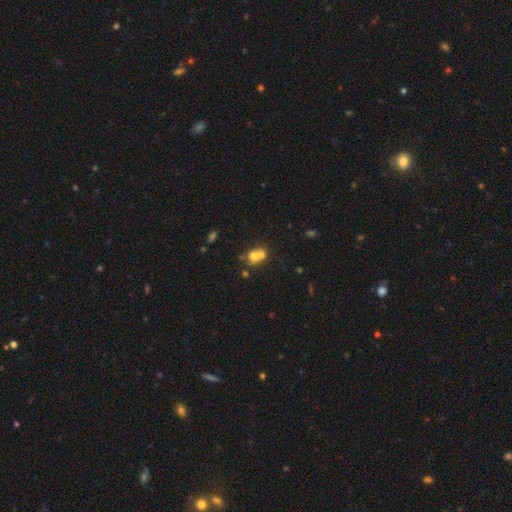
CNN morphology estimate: This appears to be a smooth galaxy with no disk features (67%) that is round (70%). Merging: merger (63%).